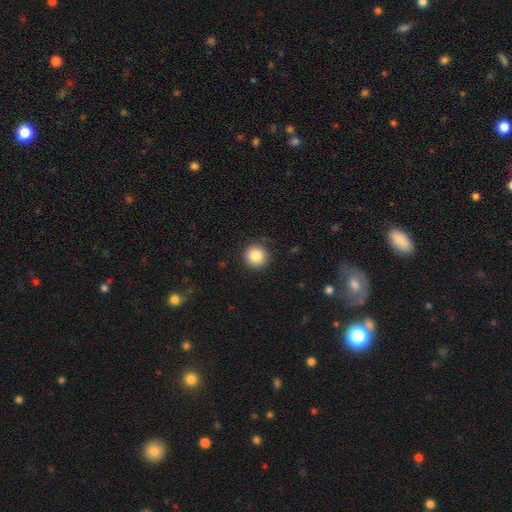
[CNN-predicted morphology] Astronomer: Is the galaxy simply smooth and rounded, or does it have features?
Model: smooth — 85%.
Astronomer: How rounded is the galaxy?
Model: round — 94%.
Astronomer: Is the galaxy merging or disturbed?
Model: none — 89%.